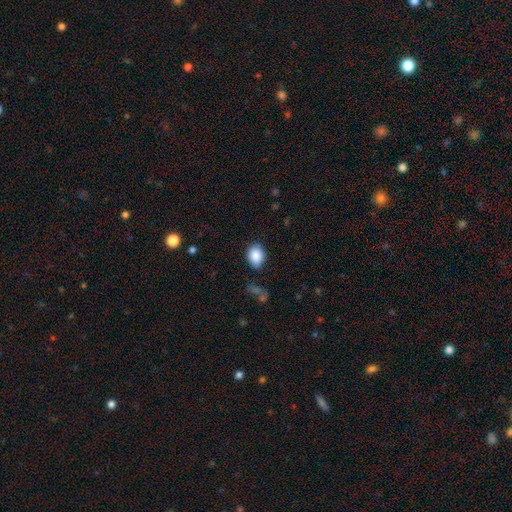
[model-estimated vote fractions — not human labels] Morphology: type=smooth (88%); roundness=in between (62%); merging=none (79%).